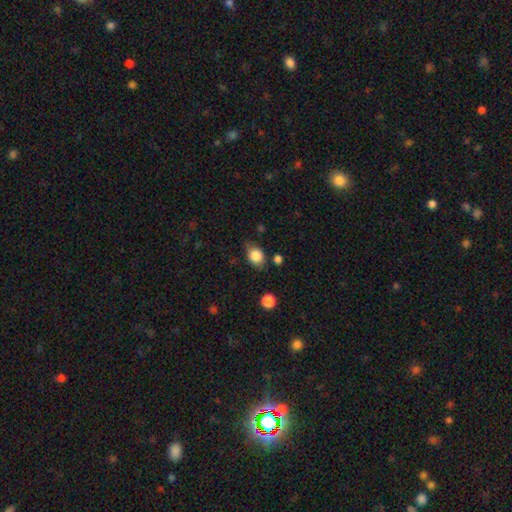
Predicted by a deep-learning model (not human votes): This is clearly a smooth galaxy (81%). How rounded: likely in between (64%). Merging: likely none (70%).